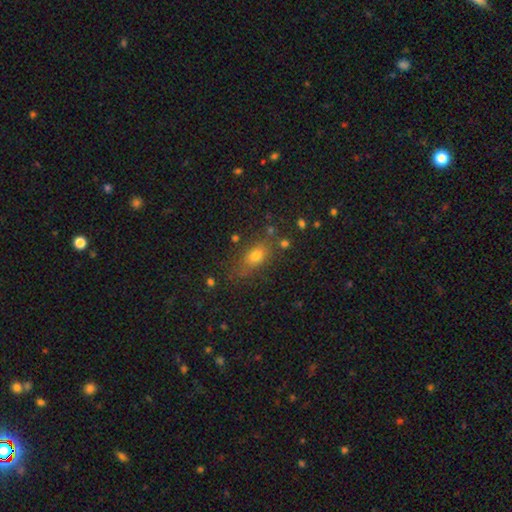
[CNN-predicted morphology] This is likely a smooth galaxy (72%). How rounded: likely in between (69%). Merging: likely none (72%).